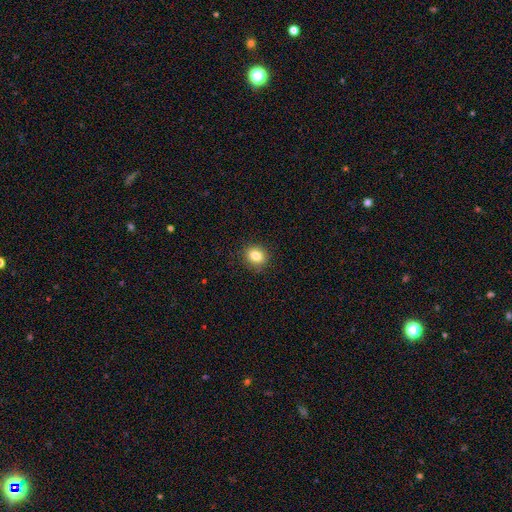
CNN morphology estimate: smooth_or_featured: smooth (p=0.83) [alt: star or artifact p=0.10]
how_rounded: round (p=0.59) [alt: in between p=0.40]
merging: none (p=0.89) [alt: minor disturbance p=0.08]